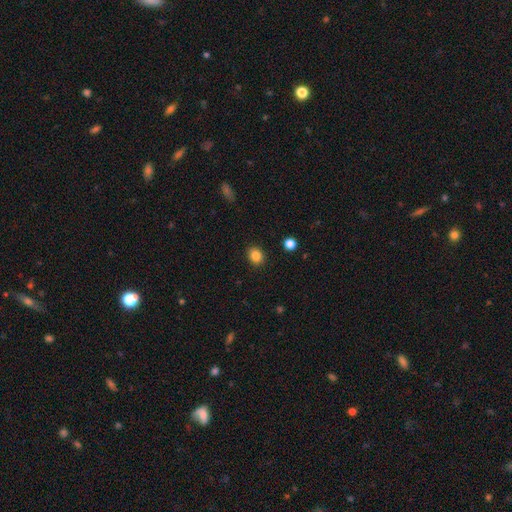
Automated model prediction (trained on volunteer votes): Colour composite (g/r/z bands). It shows a smooth galaxy with no disk features (85%) that is round (62%). Merging: none (90%).